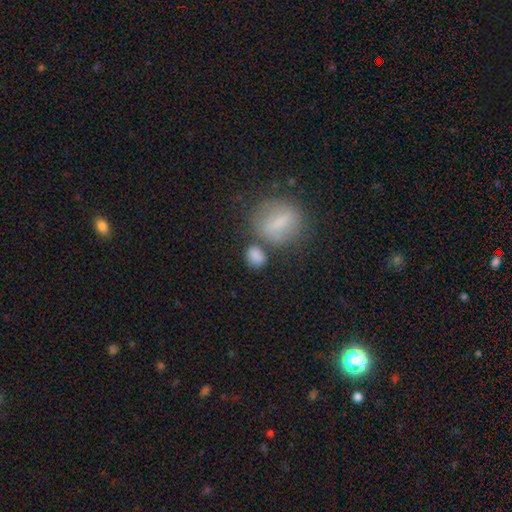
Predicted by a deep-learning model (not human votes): Smooth or featured? smooth (82%)
How rounded? in between (54%)
Merging? none (58%)